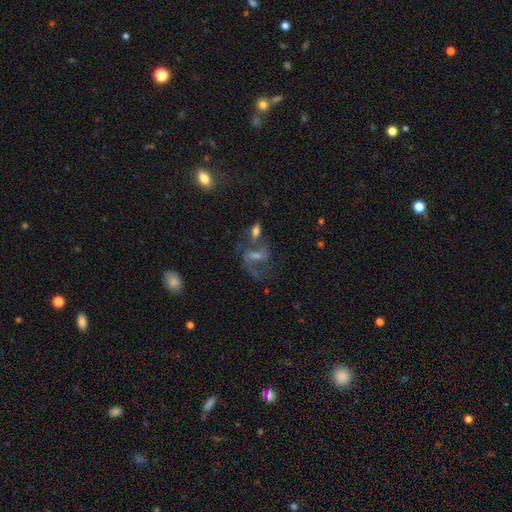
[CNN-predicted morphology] Smooth or featured? featured or disk (72%)
Edge-on disk? no (96%)
Bar? weak (48%)
Spiral arms? yes (88%)
Spiral winding? medium (47%)
Spiral arm count? 2 (81%)
Bulge size? small (45%)
Merging? none (47%)